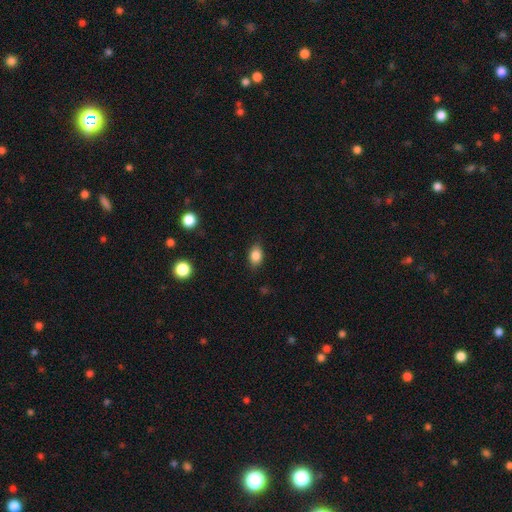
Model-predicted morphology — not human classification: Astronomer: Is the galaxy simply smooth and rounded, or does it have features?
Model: smooth — 85%.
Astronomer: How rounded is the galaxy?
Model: in between — 77%.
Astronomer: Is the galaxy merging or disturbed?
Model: none — 82%.